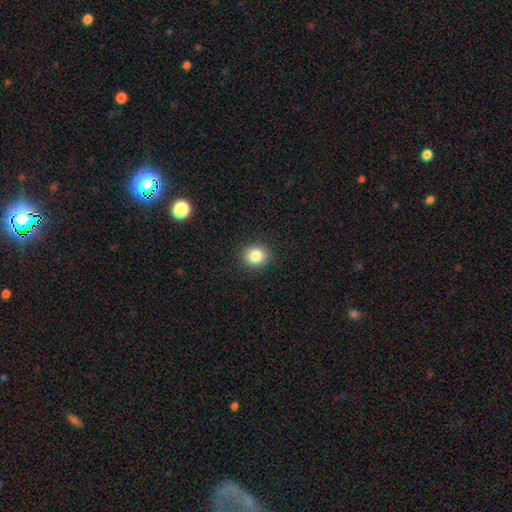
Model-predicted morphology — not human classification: Smooth or featured: smooth — 84% (star or artifact — 11%)
How rounded: round — 85% (in between — 14%)
Merging: none — 90% (minor disturbance — 7%)